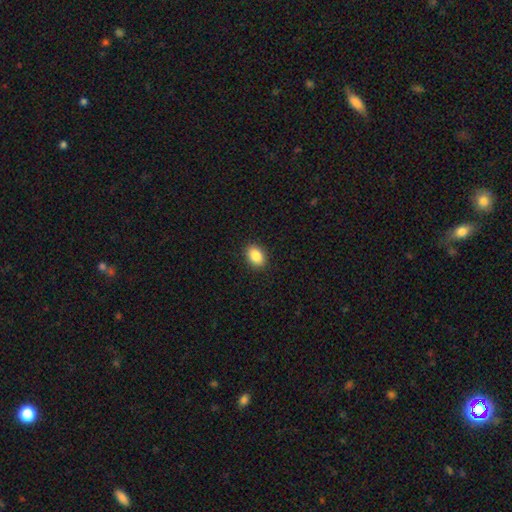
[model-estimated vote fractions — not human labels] A smooth galaxy with no disk features (88%) that is in between round and cigar-shaped (78%).

Vote fractions:
- Smooth or featured? smooth: 88% / star or artifact: 8% / featured or disk: 4%
- How rounded? in between: 78% / round: 21% / cigar-shaped: 1%
- Merging? none: 90% / minor disturbance: 7% / major disturbance: 2% / merger: 1%